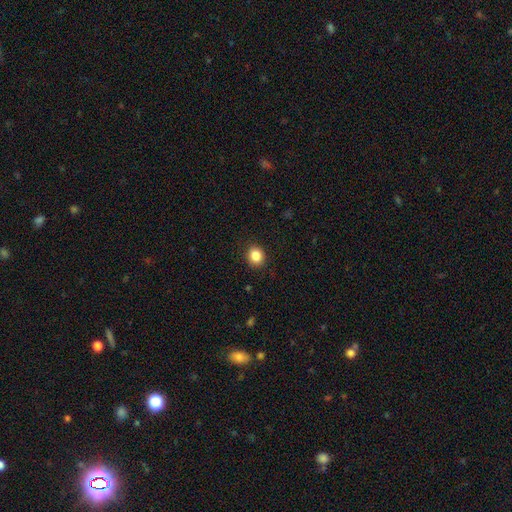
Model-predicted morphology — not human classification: Overall: smooth (85%). How rounded: round (71%). Merging: none (90%).